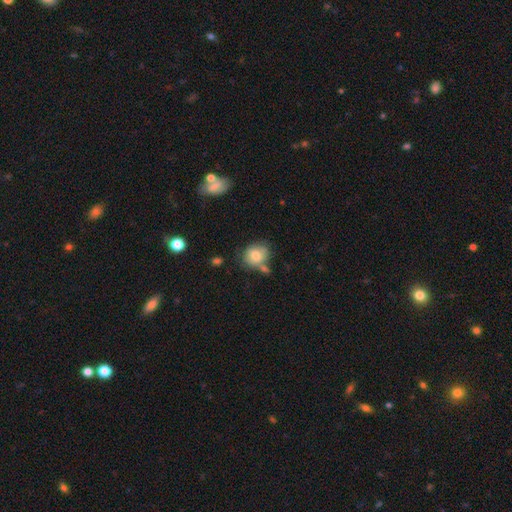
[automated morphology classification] smooth_or_featured: smooth (p=0.74) [alt: featured or disk p=0.17]
how_rounded: round (p=0.60) [alt: in between p=0.39]
merging: none (p=0.48) [alt: minor disturbance p=0.25]